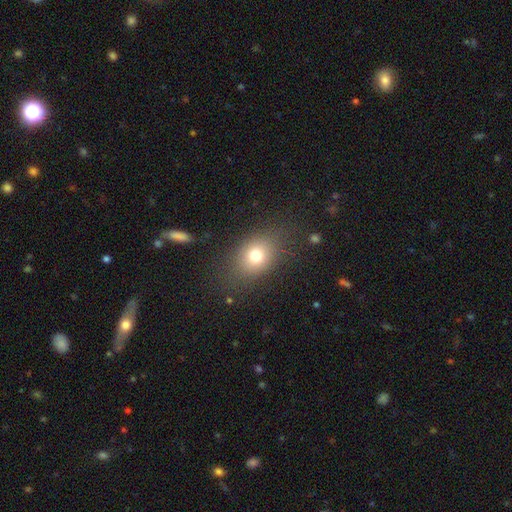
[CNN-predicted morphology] This is likely a smooth galaxy (74%). How rounded: possibly in between (57%). Merging: likely none (79%).